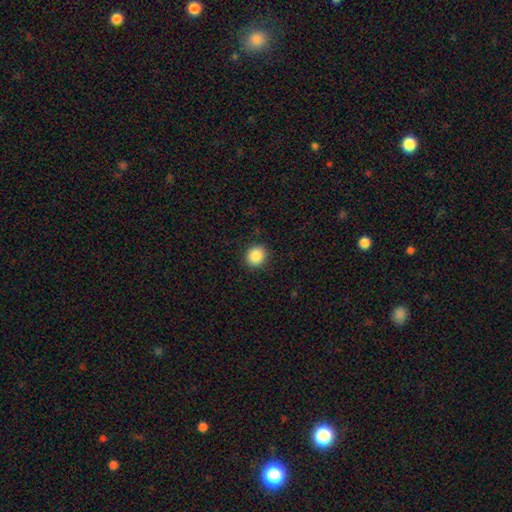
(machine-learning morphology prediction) smooth_or_featured: smooth (p=0.88) [alt: star or artifact p=0.09]
how_rounded: round (p=0.81) [alt: in between p=0.18]
merging: none (p=0.90) [alt: minor disturbance p=0.07]